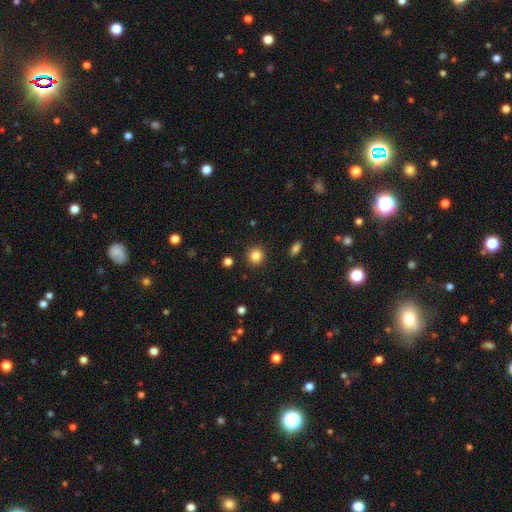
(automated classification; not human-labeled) Smooth or featured? smooth (85%)
How rounded? round (91%)
Merging? none (91%)